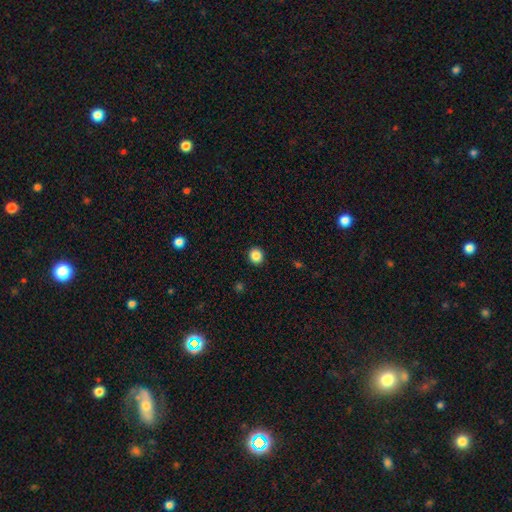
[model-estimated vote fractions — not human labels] Smooth or featured?
  - smooth: 86% *
  - star or artifact: 10%
  - featured or disk: 4%
How rounded?
  - round: 83% *
  - in between: 16%
  - cigar-shaped: 1%
Merging?
  - none: 92% *
  - minor disturbance: 5%
  - major disturbance: 2%
  - merger: 1%